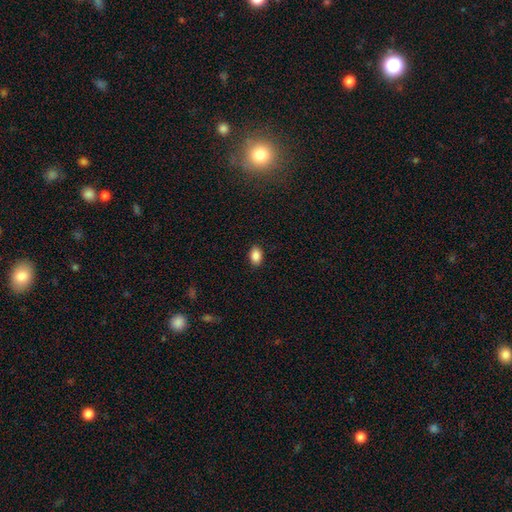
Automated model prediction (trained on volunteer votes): Smooth or featured?
  - smooth: 88% *
  - star or artifact: 8%
  - featured or disk: 4%
How rounded?
  - in between: 84% *
  - round: 14%
  - cigar-shaped: 1%
Merging?
  - none: 89% *
  - minor disturbance: 8%
  - major disturbance: 2%
  - merger: 1%